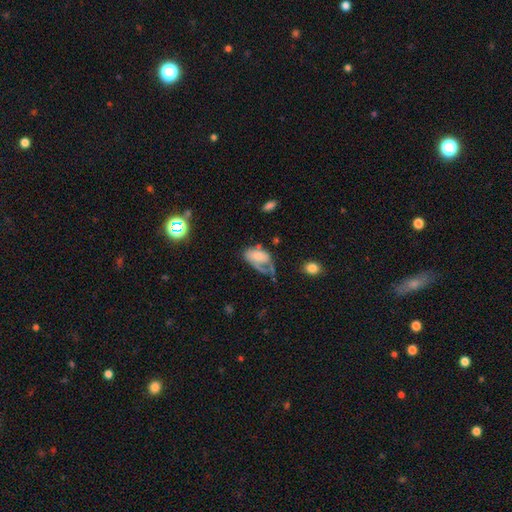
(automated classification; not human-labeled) Smooth or featured: smooth — 51% (featured or disk — 38%)
How rounded: in between — 88% (round — 10%)
Merging: major disturbance — 42% (minor disturbance — 26%)